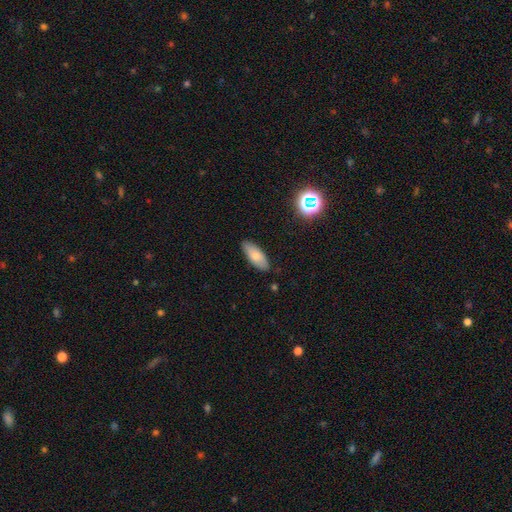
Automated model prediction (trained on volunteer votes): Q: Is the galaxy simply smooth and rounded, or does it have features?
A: smooth — 75%.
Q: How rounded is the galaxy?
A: in between — 78%.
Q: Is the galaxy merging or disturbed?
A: none — 86%.